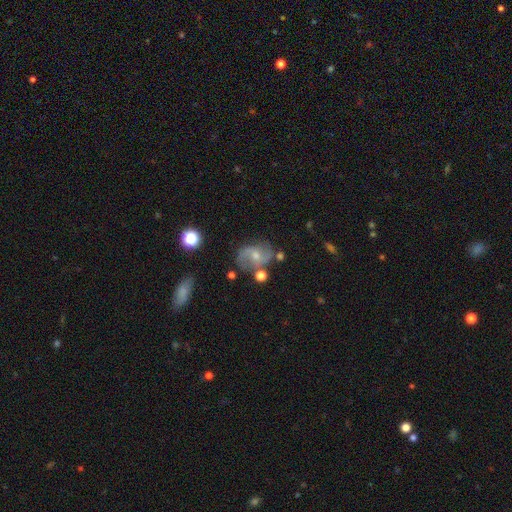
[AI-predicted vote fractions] This appears to be a featured or disk galaxy (70%) with no bar (47%), 2 (85%) medium (44%) spiral arms (90%) and a small central bulge (49%). Merging: none (64%).